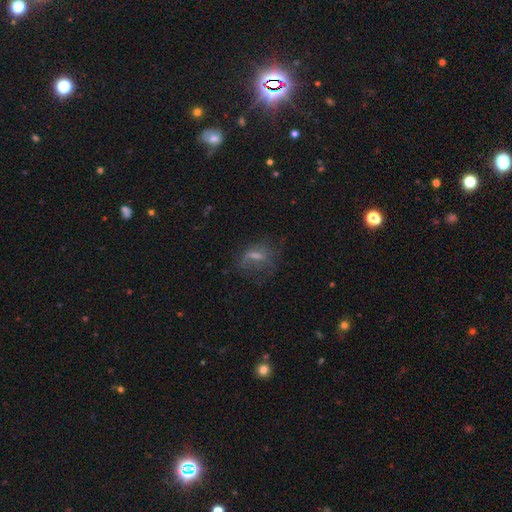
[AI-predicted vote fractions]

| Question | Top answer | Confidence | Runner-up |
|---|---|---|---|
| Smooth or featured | featured or disk | 46% | smooth (38%) |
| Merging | none | 49% | major disturbance (27%) |